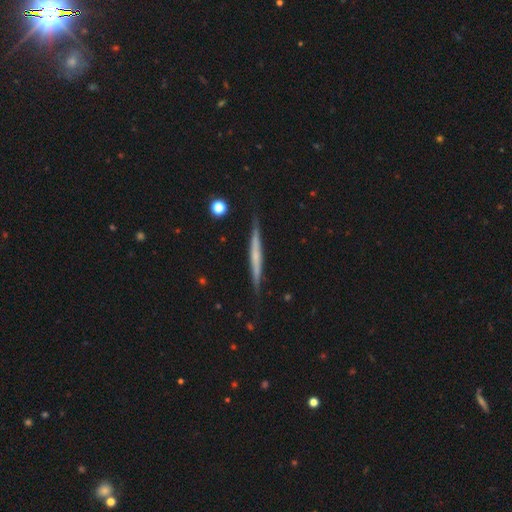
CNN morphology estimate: A featured or disk galaxy (57%) viewed edge-on (97%) with no central bulge (74%).

Vote fractions:
- Smooth or featured? featured or disk: 57% / smooth: 36% / star or artifact: 6%
- Edge-on disk? yes: 97% / no: 3%
- Edge-on bulge? none: 74% / rounded: 18% / boxy: 7%
- Merging? none: 87% / minor disturbance: 10% / major disturbance: 2% / merger: 1%